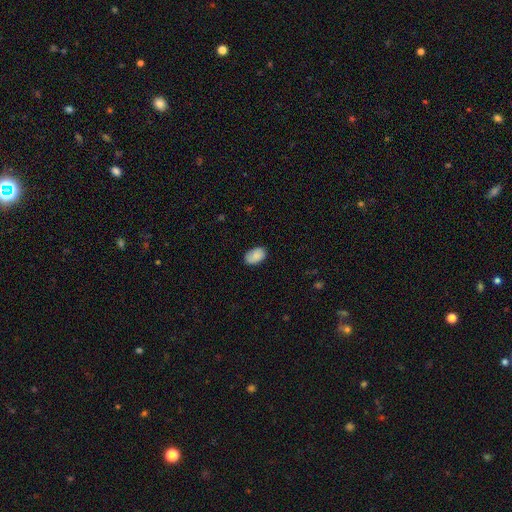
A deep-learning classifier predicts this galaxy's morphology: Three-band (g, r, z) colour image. It shows a smooth galaxy with no disk features (86%) that is in between round and cigar-shaped (91%). Merging: none (82%).